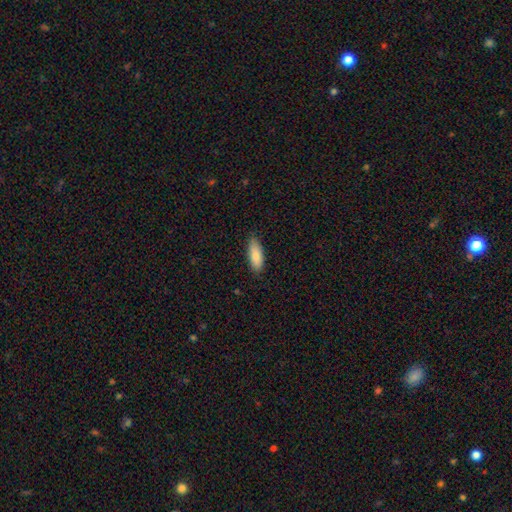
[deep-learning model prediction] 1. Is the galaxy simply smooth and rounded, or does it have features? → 86% smooth, 8% featured or disk, 6% star or artifact.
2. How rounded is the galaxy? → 74% in between, 25% cigar-shaped, 2% round.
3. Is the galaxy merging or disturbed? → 86% none, 11% minor disturbance, 2% major disturbance, 1% merger.